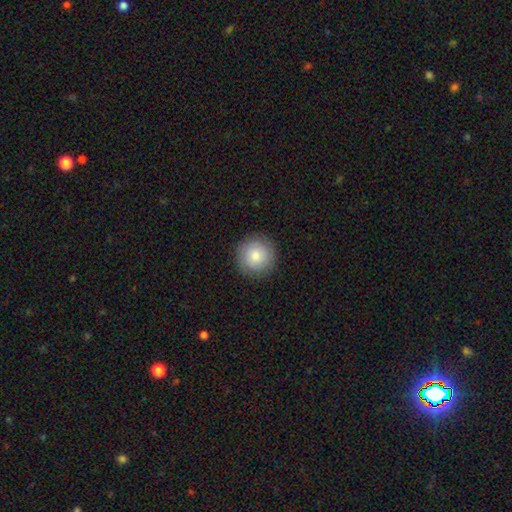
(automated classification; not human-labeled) Smooth or featured? Predicted: smooth (p=0.79). How rounded? Predicted: round (p=0.96). Merging? Predicted: none (p=0.89).